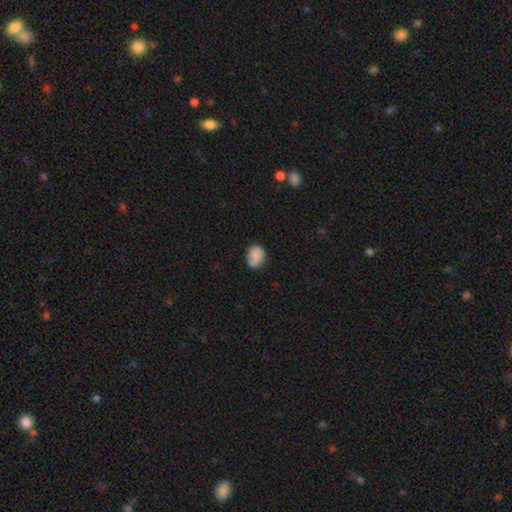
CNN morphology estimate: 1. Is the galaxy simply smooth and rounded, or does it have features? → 80% smooth, 12% featured or disk, 8% star or artifact.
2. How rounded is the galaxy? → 55% in between, 44% round, 1% cigar-shaped.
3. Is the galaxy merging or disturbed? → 69% none, 24% minor disturbance, 5% major disturbance, 2% merger.